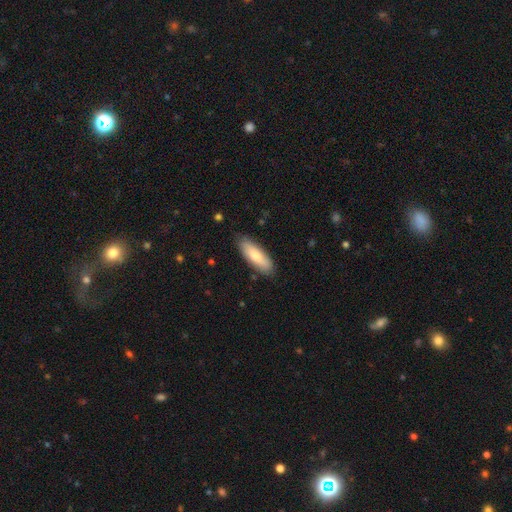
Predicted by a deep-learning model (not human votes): Overall: smooth (78%). How rounded: in between (60%; cigar-shaped 38%). Merging: none (83%).